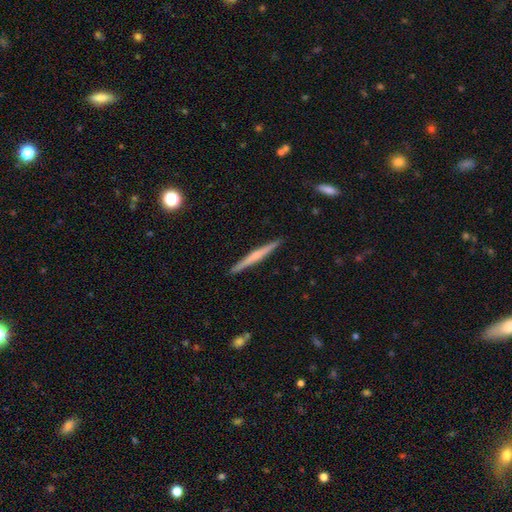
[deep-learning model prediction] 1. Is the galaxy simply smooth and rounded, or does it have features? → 64% featured or disk, 30% smooth, 6% star or artifact.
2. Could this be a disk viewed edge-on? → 98% yes, 2% no.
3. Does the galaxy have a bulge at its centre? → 65% rounded, 29% none, 7% boxy.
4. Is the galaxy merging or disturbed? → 92% none, 6% minor disturbance, 1% major disturbance, 1% merger.